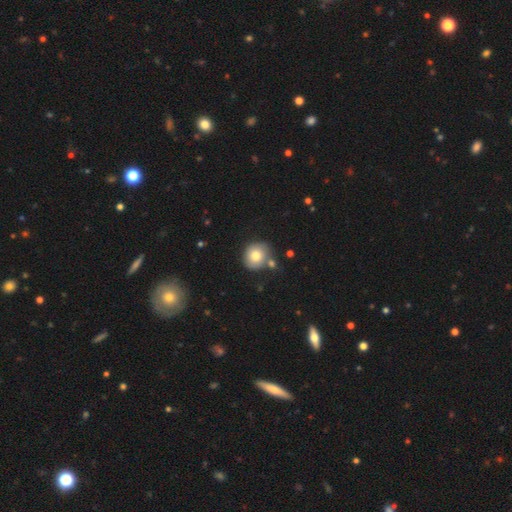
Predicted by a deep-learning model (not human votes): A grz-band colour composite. It shows a smooth galaxy with no disk features (76%) that is round (80%). Merging: none (69%).